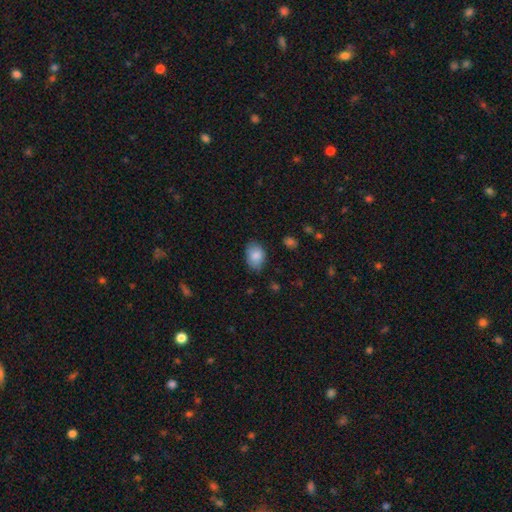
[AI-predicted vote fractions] This is clearly a smooth galaxy (85%). How rounded: clearly in between (82%). Merging: likely none (76%).